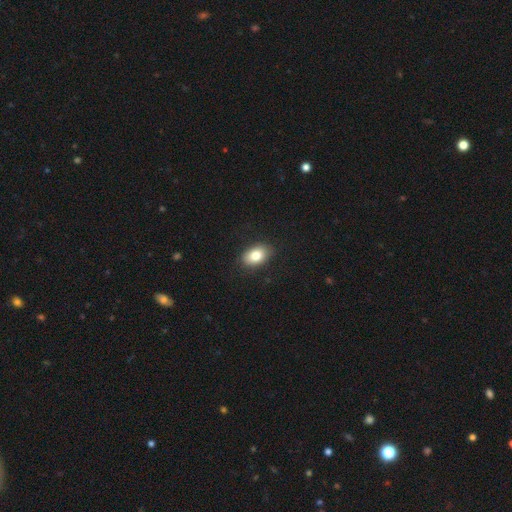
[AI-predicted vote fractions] Overall: smooth (81%). How rounded: in between (86%). Merging: none (87%).